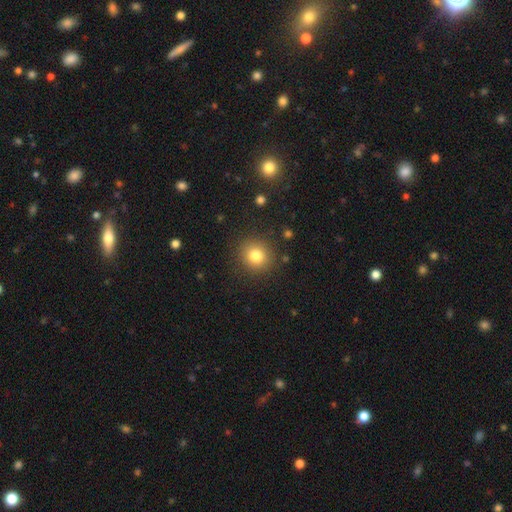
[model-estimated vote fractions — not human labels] smooth_or_featured: smooth (p=0.80) [alt: star or artifact p=0.12]
how_rounded: round (p=0.89) [alt: in between p=0.10]
merging: none (p=0.88) [alt: minor disturbance p=0.07]